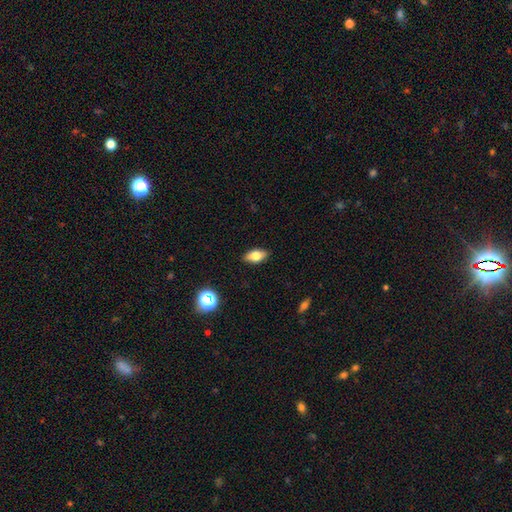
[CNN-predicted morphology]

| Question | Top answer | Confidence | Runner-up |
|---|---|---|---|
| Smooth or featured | smooth | 73% | featured or disk (18%) |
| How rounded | in between | 87% | cigar-shaped (7%) |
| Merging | none | 88% | minor disturbance (9%) |